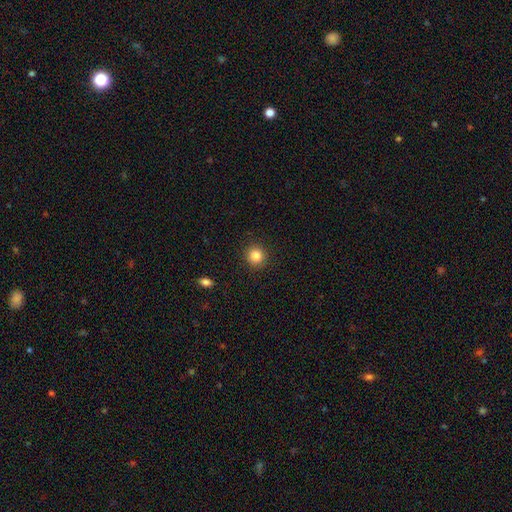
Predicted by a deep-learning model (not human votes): smooth-or-featured: smooth: 85% | star or artifact: 10% | featured or disk: 4%
  how-rounded: round: 92% | in between: 7% | cigar-shaped: 1%
  merging: none: 91% | minor disturbance: 6% | major disturbance: 2% | merger: 1%